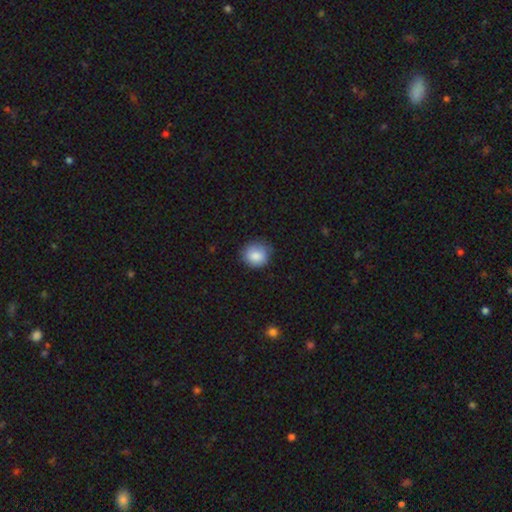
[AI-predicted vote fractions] The model was most divided on "merging": none: 78%, minor disturbance: 17%, major disturbance: 3%, merger: 1%. More confident: smooth or featured — smooth (87%); how rounded — round (83%).